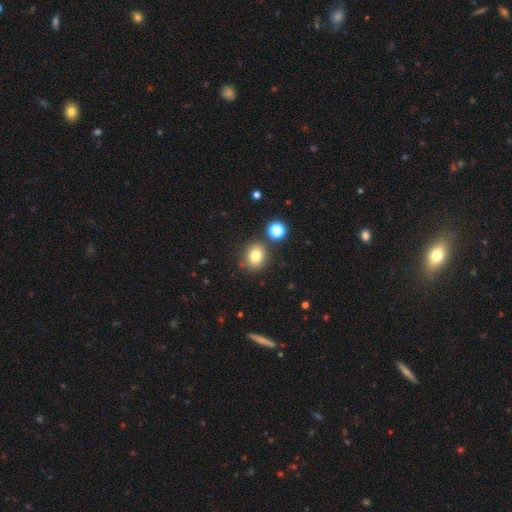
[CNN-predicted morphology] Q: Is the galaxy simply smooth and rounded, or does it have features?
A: smooth — 78%.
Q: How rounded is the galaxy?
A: round — 68%.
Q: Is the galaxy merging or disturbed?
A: none — 80%.